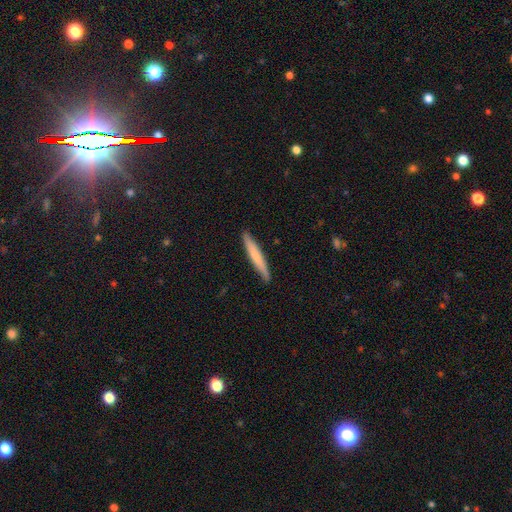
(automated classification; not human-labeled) Overall: smooth (68%). How rounded: cigar-shaped (95%). Merging: none (90%).